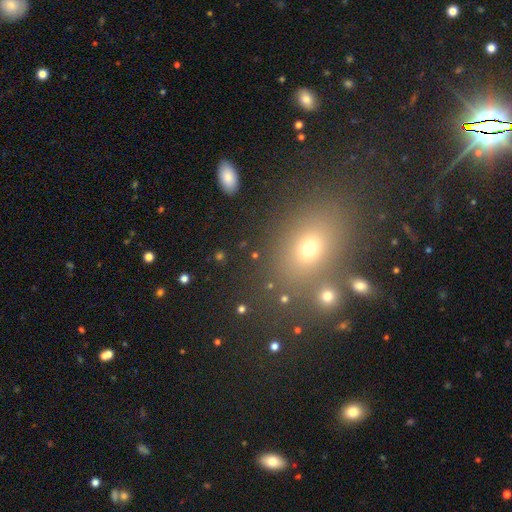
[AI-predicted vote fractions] The model was most divided on "how rounded": in between: 56%, round: 40%, cigar-shaped: 4%. More confident: merging — none (77%); smooth or featured — smooth (60%).